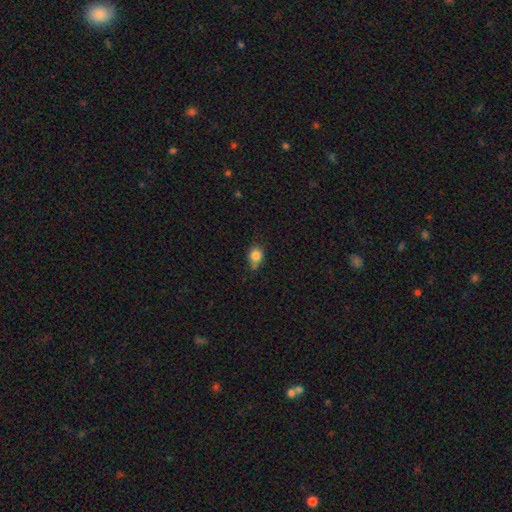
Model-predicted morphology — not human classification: Overall: smooth (82%). How rounded: round (57%; in between 41%). Merging: none (53%; minor disturbance 34%).